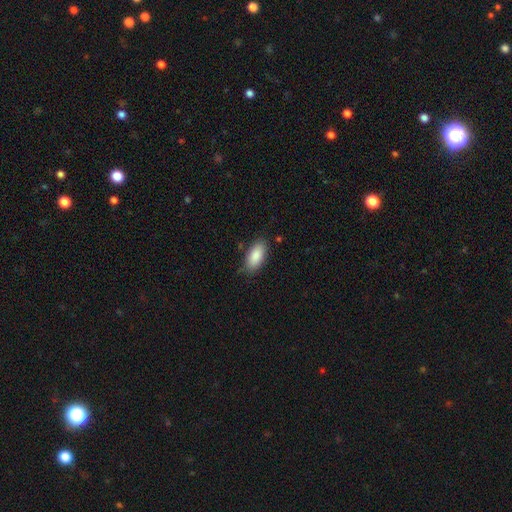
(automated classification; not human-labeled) Smooth or featured: smooth — 87% (featured or disk — 7%)
How rounded: in between — 91% (cigar-shaped — 7%)
Merging: none — 79% (minor disturbance — 16%)